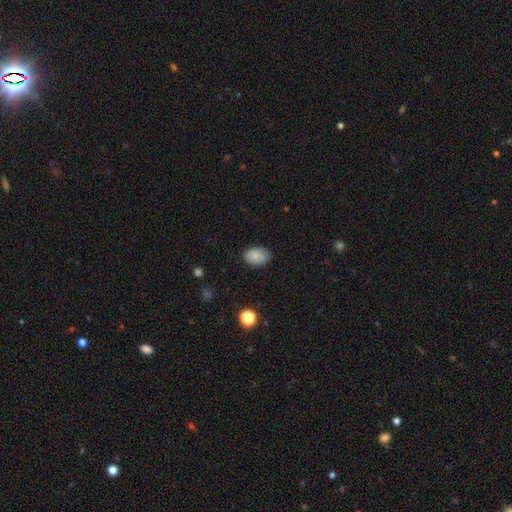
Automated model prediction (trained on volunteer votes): smooth_or_featured: smooth (p=0.82) [alt: featured or disk p=0.09]
how_rounded: in between (p=0.83) [alt: round p=0.15]
merging: none (p=0.81) [alt: minor disturbance p=0.15]